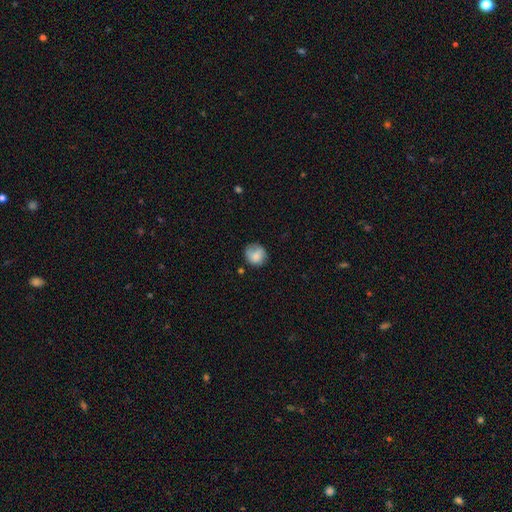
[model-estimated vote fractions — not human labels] Smooth or featured: smooth — 80% (featured or disk — 12%)
How rounded: round — 86% (in between — 13%)
Merging: none — 68% (minor disturbance — 23%)